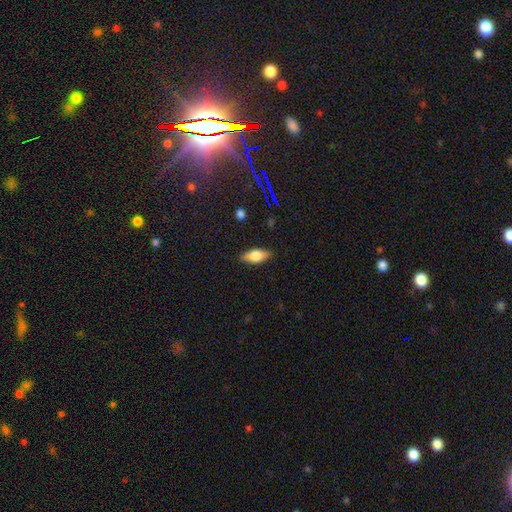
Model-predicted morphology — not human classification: Q: Smooth or featured?
A: smooth (66%); runner-up: featured or disk (26%)
Q: How rounded?
A: in between (82%); runner-up: cigar-shaped (14%)
Q: Merging?
A: none (85%); runner-up: minor disturbance (11%)